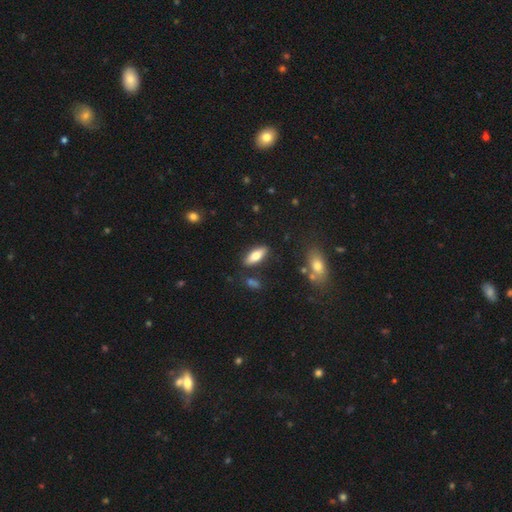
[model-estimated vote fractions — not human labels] A smooth galaxy with no disk features (70%) that is in between round and cigar-shaped (71%). Merging: none (84%).